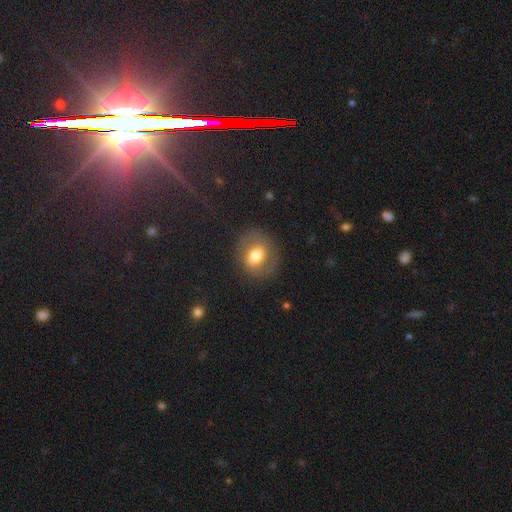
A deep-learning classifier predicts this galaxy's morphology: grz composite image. It shows a smooth galaxy with no disk features (54%) that is round (54%). Merging: none (78%).